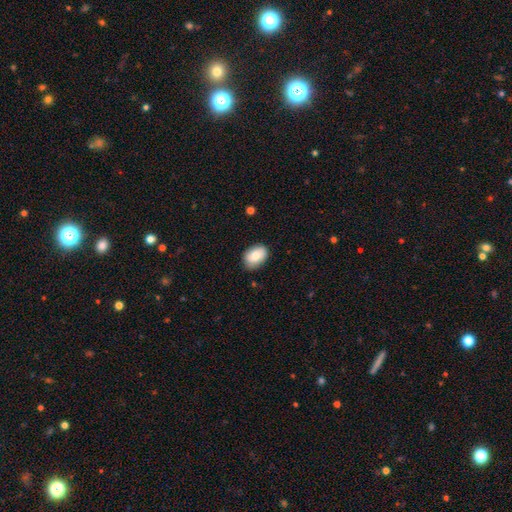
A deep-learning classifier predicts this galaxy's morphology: Smooth or featured? smooth (82%)
How rounded? in between (84%)
Merging? none (80%)